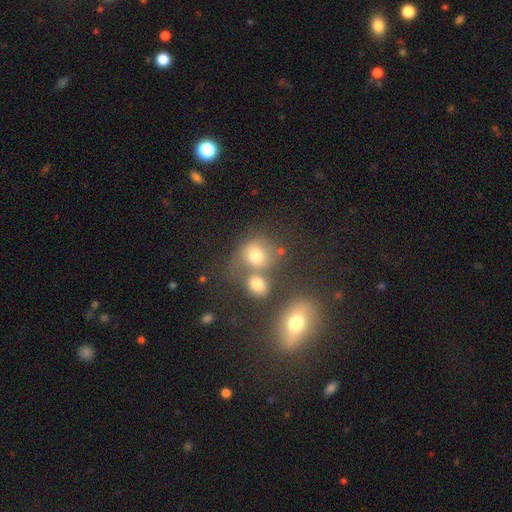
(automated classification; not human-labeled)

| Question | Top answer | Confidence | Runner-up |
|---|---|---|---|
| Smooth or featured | smooth | 70% | star or artifact (16%) |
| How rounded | round | 66% | in between (32%) |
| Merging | none | 47% | merger (34%) |